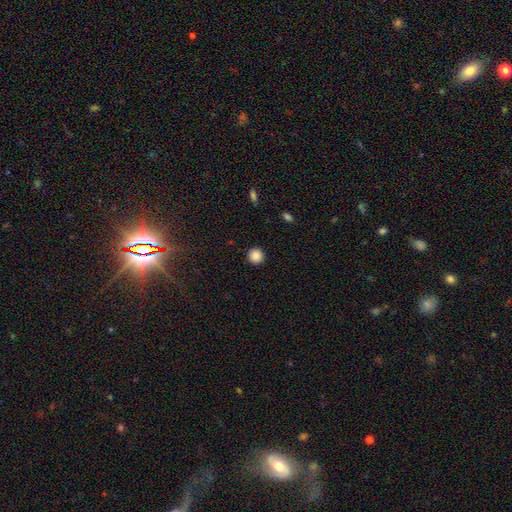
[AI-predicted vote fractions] smooth_or_featured: smooth (p=0.88) [alt: star or artifact p=0.10]
how_rounded: round (p=0.95) [alt: in between p=0.04]
merging: none (p=0.92) [alt: minor disturbance p=0.05]